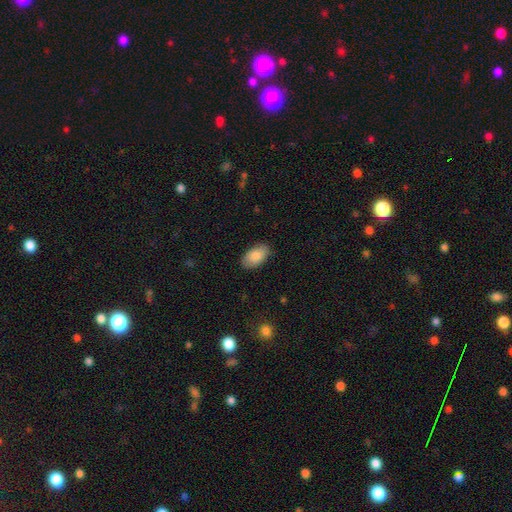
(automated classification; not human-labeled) Morphology: type=smooth (85%); roundness=in between (95%); merging=none (86%).